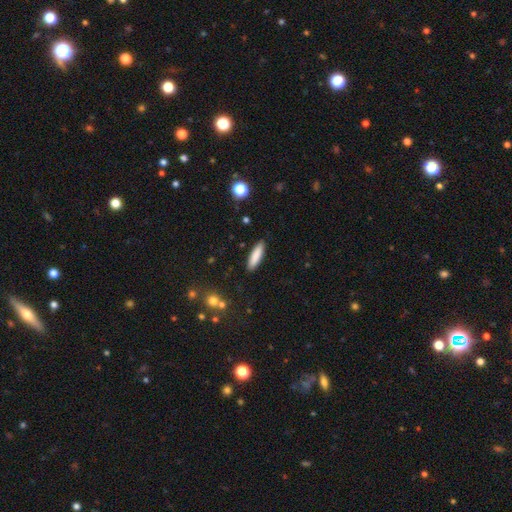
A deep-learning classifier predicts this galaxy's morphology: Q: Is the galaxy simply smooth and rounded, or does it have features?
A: smooth — 85%.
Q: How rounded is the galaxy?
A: cigar-shaped — 70%.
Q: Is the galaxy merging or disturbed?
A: none — 89%.